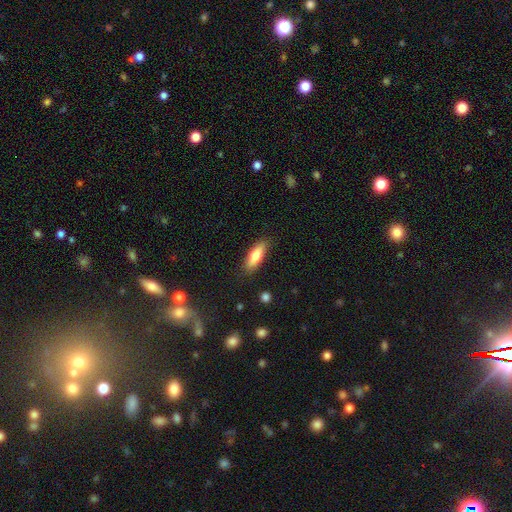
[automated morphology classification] Overall: smooth (74%). How rounded: in between (57%; cigar-shaped 41%). Merging: none (86%).